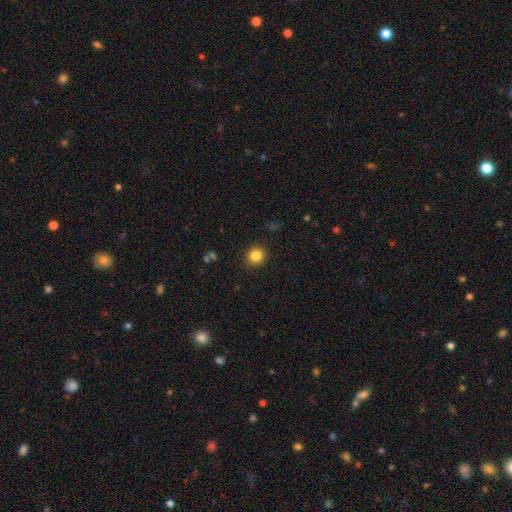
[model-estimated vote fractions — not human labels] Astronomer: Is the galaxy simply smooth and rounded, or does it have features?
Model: smooth — 84%.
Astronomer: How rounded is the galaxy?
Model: round — 90%.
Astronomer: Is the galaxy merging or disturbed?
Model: none — 91%.